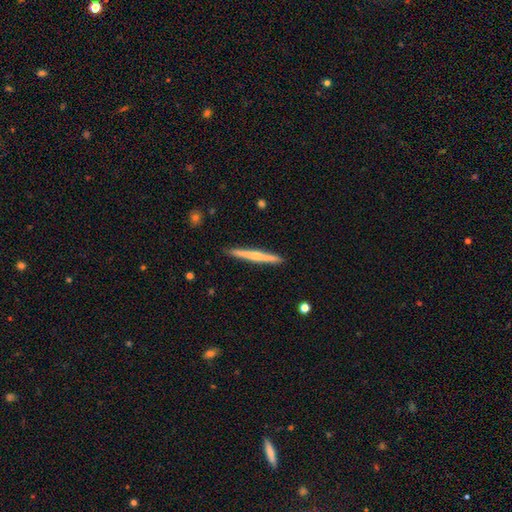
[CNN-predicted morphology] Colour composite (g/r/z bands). It shows a featured or disk galaxy (58%) viewed edge-on (98%) with a rounded central bulge (62%). Merging: none (92%).